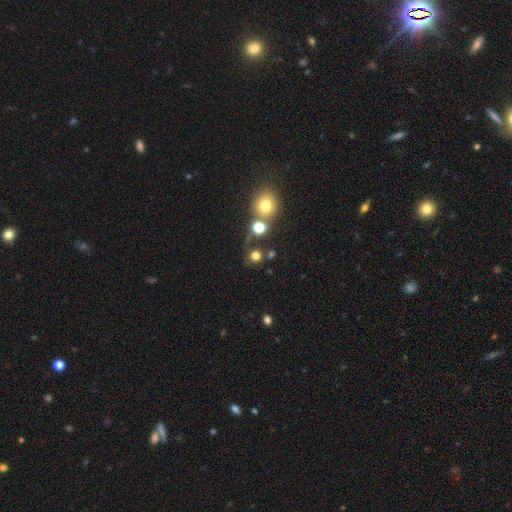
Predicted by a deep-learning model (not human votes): A smooth galaxy with no disk features (70%) that is round (90%).

Vote fractions:
- Smooth or featured? smooth: 70% / star or artifact: 21% / featured or disk: 9%
- How rounded? round: 90% / in between: 9% / cigar-shaped: 1%
- Merging? none: 66% / merger: 15% / minor disturbance: 11% / major disturbance: 8%